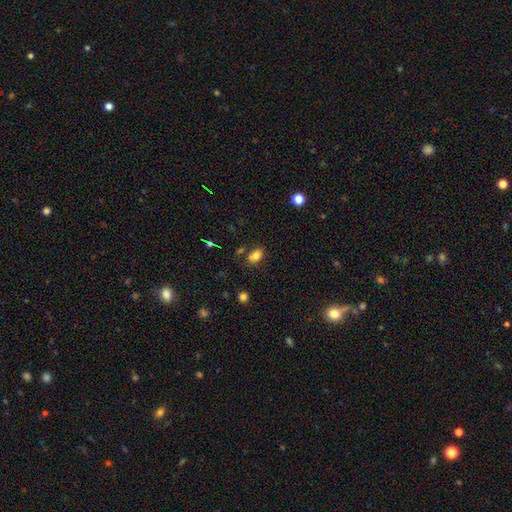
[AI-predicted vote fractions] smooth-or-featured: smooth: 80% | star or artifact: 11% | featured or disk: 9%
  how-rounded: in between: 82% | round: 16% | cigar-shaped: 2%
  merging: none: 71% | minor disturbance: 16% | merger: 9% | major disturbance: 4%